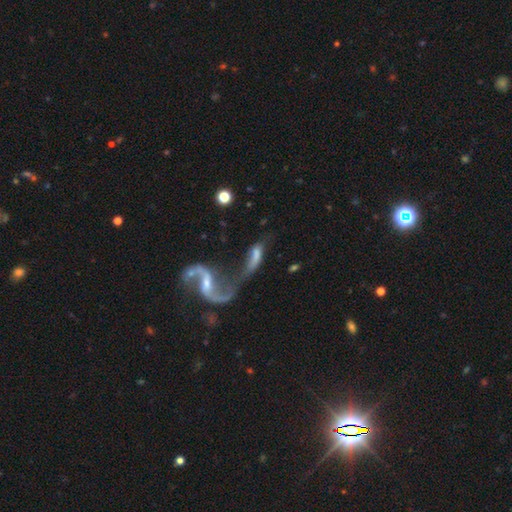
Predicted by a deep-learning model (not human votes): featured or disk 57%, smooth 33%, star or artifact 10%. Down the decision tree: edge-on disk — no (87%); bar — no (44%); spiral arms — yes (67%); bulge size — small (34%); merging — merger (56%).